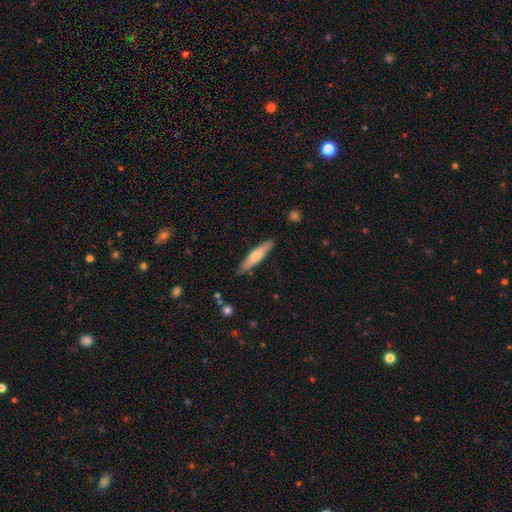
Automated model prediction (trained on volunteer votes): A smooth galaxy with no disk features (54%) that is cigar-shaped (86%). Merging: none (88%).